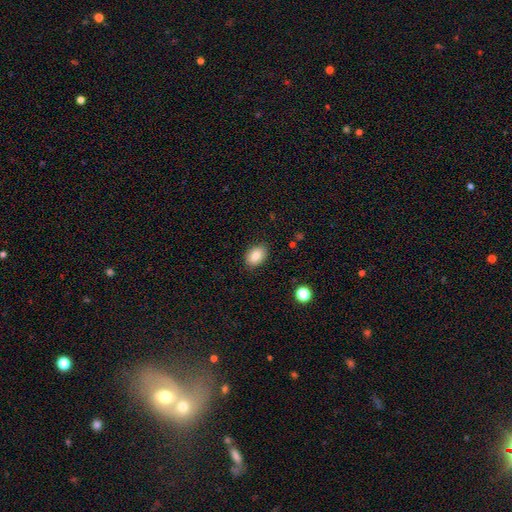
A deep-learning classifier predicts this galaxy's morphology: type=smooth (87%); roundness=in between (82%); merging=none (86%).